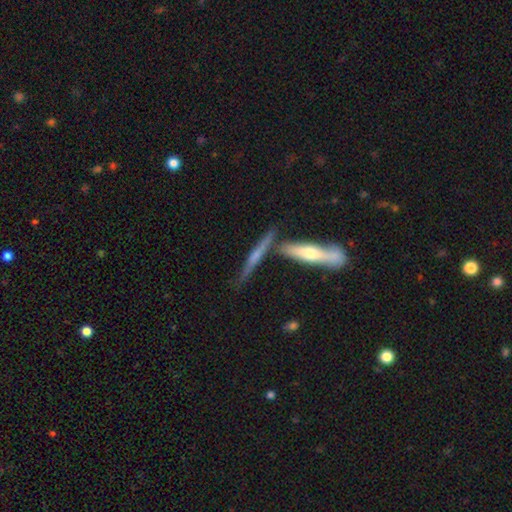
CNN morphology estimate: Smooth or featured: featured or disk — 65% (smooth — 25%)
Edge-on disk: yes — 90% (no — 10%)
Edge-on bulge: rounded — 70% (none — 20%)
Merging: none — 55% (merger — 26%)